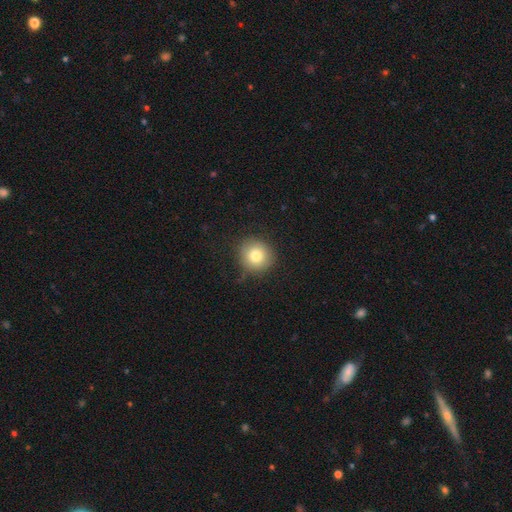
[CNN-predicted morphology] A smooth galaxy with no disk features (79%) that is round (92%). Merging: none (84%).